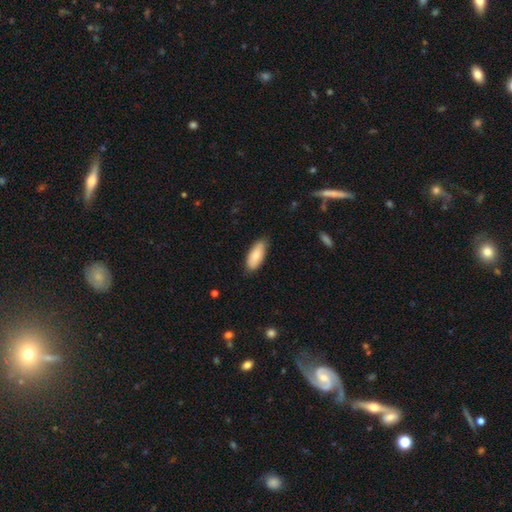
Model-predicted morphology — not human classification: Q: Smooth or featured?
A: smooth (82%); runner-up: featured or disk (12%)
Q: How rounded?
A: in between (81%); runner-up: cigar-shaped (17%)
Q: Merging?
A: none (80%); runner-up: minor disturbance (16%)